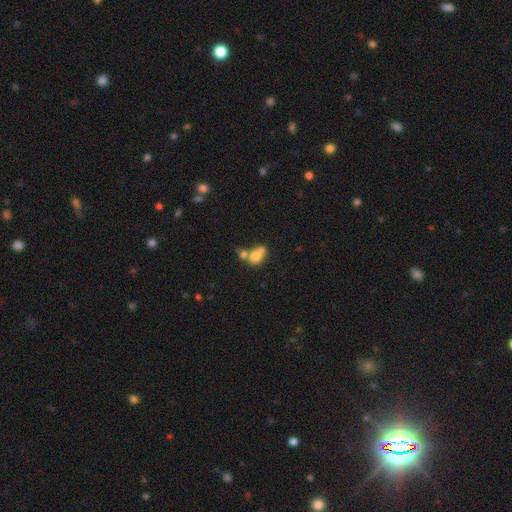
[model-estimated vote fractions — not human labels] Smooth or featured? smooth (70%)
How rounded? round (50%)
Merging? merger (61%)